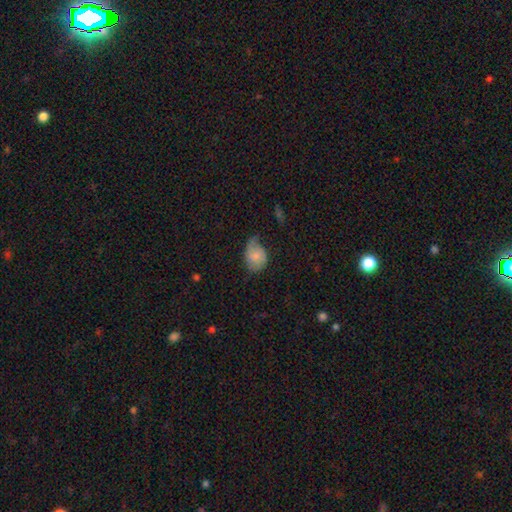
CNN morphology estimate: Smooth or featured? smooth (57%)
How rounded? in between (68%)
Merging? minor disturbance (39%)